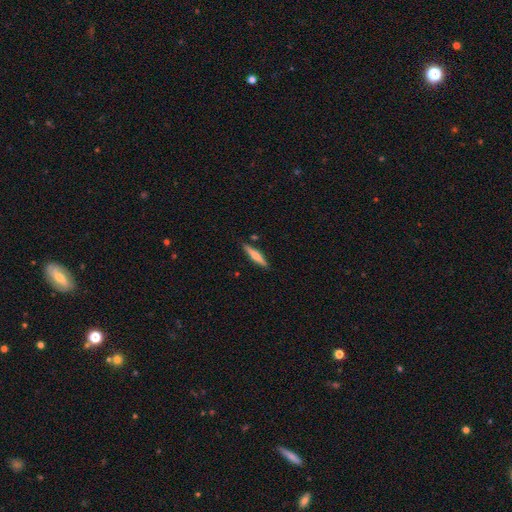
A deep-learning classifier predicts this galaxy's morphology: Q: Smooth or featured?
A: featured or disk (47%); tied with: smooth (47%)
Q: Merging?
A: none (87%); runner-up: minor disturbance (9%)